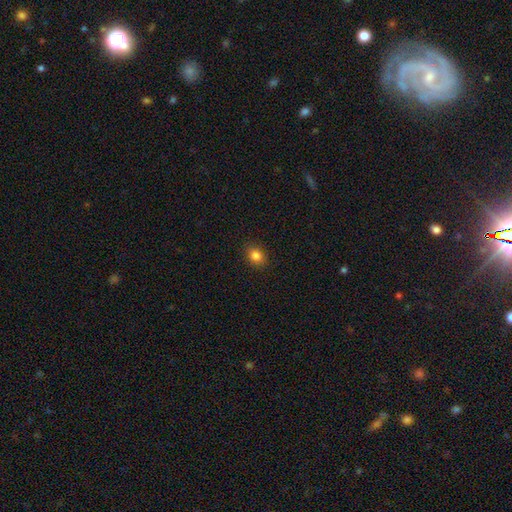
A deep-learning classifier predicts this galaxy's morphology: Q: Smooth or featured?
A: smooth (84%); runner-up: star or artifact (11%)
Q: How rounded?
A: in between (50%); runner-up: round (49%)
Q: Merging?
A: none (90%); runner-up: minor disturbance (7%)